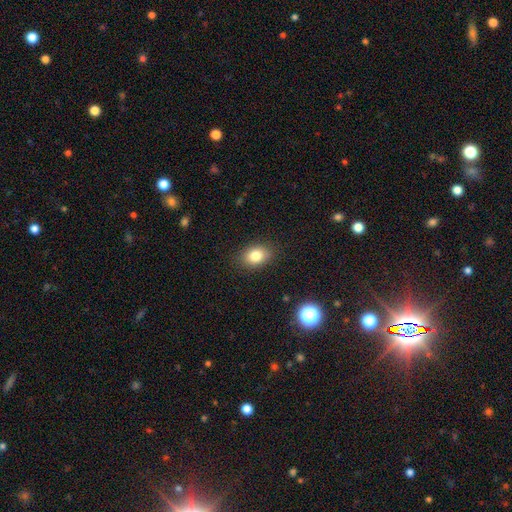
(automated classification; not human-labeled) Q: Smooth or featured?
A: smooth (82%); runner-up: star or artifact (10%)
Q: How rounded?
A: in between (71%); runner-up: round (27%)
Q: Merging?
A: none (86%); runner-up: minor disturbance (10%)